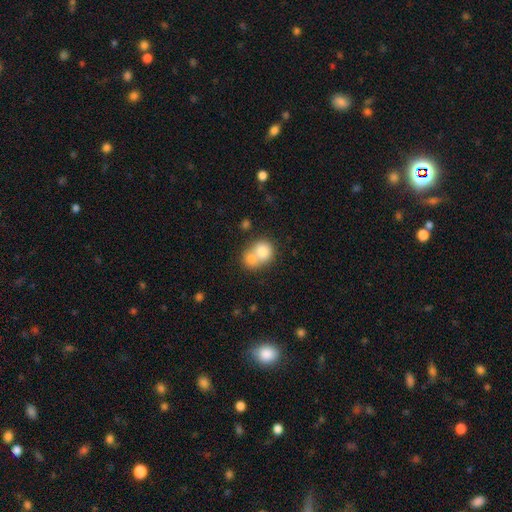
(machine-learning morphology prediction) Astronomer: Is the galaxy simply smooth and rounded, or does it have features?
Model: smooth — 73%.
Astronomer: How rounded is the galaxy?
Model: round — 69%.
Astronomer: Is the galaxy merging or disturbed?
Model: merger — 65%.